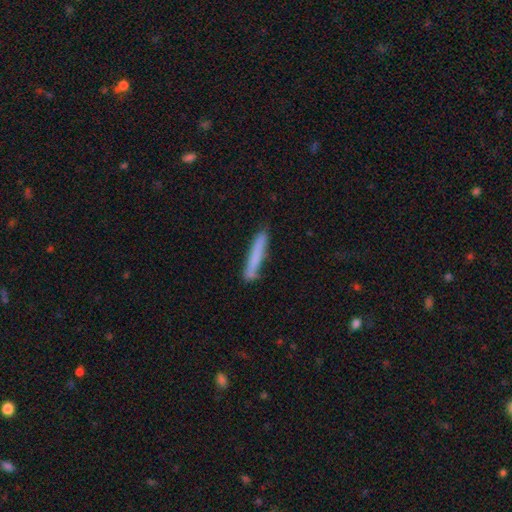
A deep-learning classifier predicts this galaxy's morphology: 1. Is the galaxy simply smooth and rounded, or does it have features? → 74% smooth, 20% featured or disk, 6% star or artifact.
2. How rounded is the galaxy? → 96% cigar-shaped, 3% in between, 1% round.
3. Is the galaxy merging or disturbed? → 82% none, 13% minor disturbance, 3% merger, 2% major disturbance.